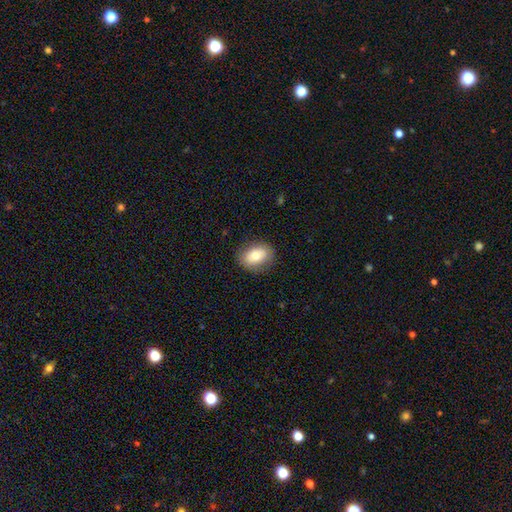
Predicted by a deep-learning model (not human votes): Morphology: type=smooth (76%); roundness=in between (76%); merging=none (85%).